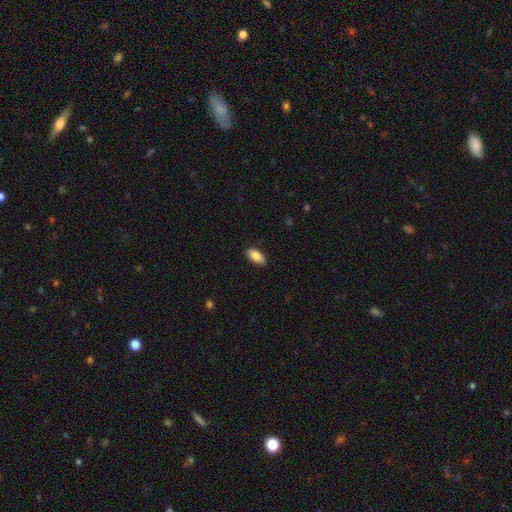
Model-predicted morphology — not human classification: Smooth or featured: smooth — 86% (featured or disk — 7%)
How rounded: in between — 91% (cigar-shaped — 6%)
Merging: none — 87% (minor disturbance — 11%)